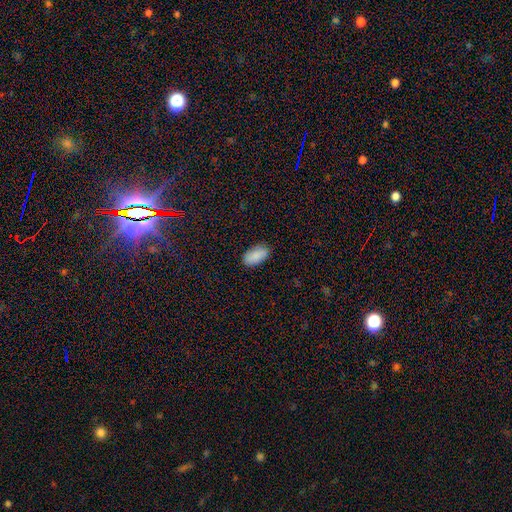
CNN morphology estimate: smooth_or_featured: smooth (p=0.86) [alt: featured or disk p=0.07]
how_rounded: in between (p=0.94) [alt: round p=0.03]
merging: none (p=0.84) [alt: minor disturbance p=0.12]